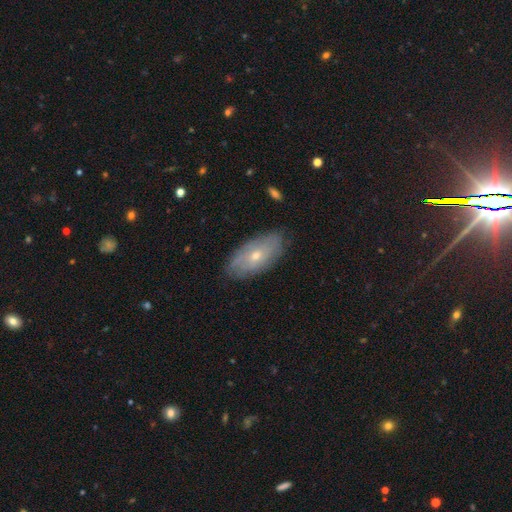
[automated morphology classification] This is possibly a featured or disk galaxy (54%). It is clearly not viewed edge-on (85%). Merging: clearly none (81%).